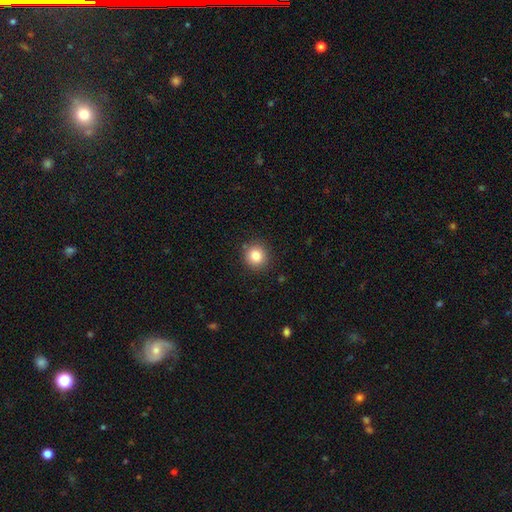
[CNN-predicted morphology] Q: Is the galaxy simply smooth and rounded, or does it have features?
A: smooth — 83%.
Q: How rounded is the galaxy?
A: round — 91%.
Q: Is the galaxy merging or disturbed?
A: none — 89%.